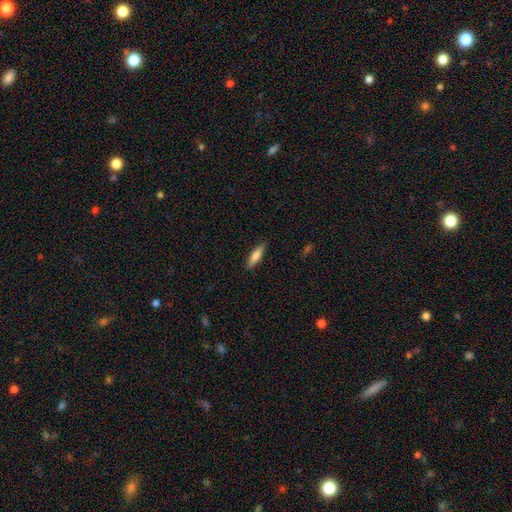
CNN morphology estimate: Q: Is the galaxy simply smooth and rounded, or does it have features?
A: smooth — 76%.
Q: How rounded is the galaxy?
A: cigar-shaped — 66%.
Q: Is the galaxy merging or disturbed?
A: none — 87%.